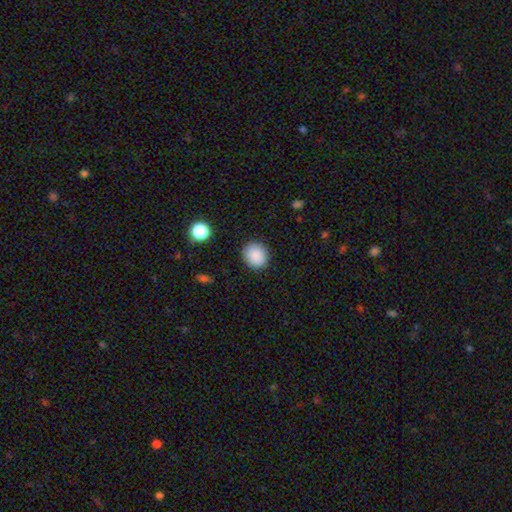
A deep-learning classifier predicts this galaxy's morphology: A smooth galaxy with no disk features (88%) that is round (76%). Merging: none (89%).